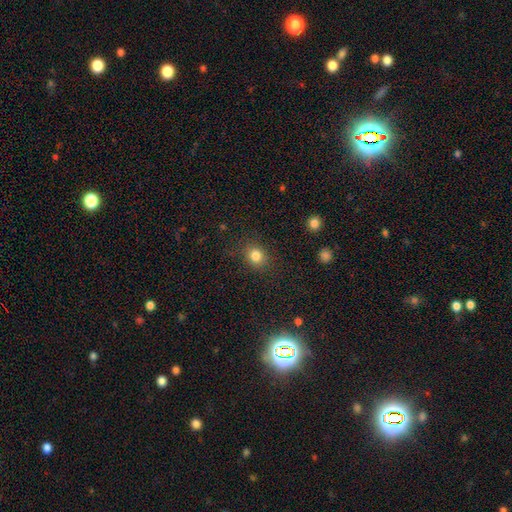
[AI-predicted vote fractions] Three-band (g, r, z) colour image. It shows a smooth galaxy with no disk features (82%) that is round (71%). Merging: none (86%).